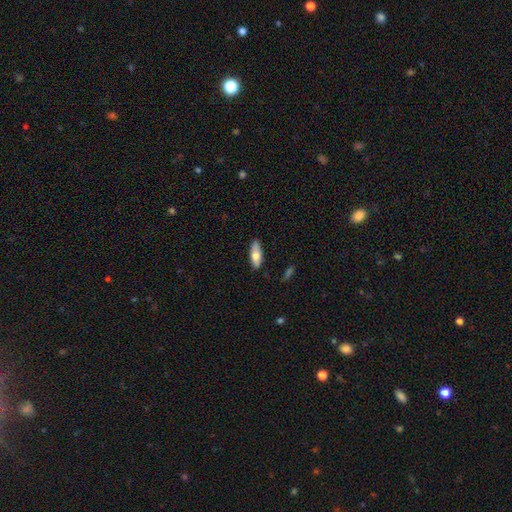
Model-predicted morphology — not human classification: smooth_or_featured: smooth (p=0.72) [alt: featured or disk p=0.22]
how_rounded: in between (p=0.67) [alt: cigar-shaped p=0.31]
merging: none (p=0.82) [alt: minor disturbance p=0.14]